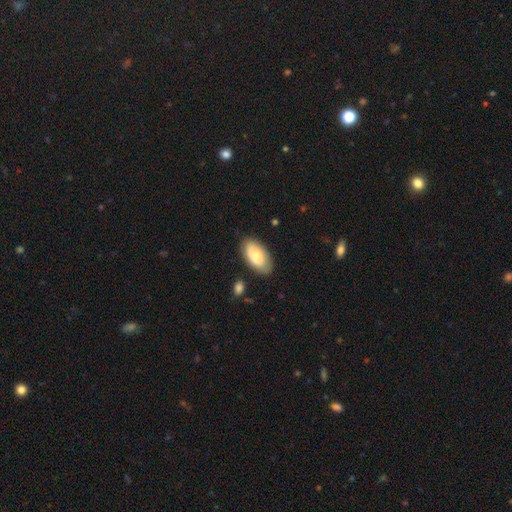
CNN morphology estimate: smooth 80%, featured or disk 14%, star or artifact 6%. Down the decision tree: how rounded — in between (95%); merging — none (79%).